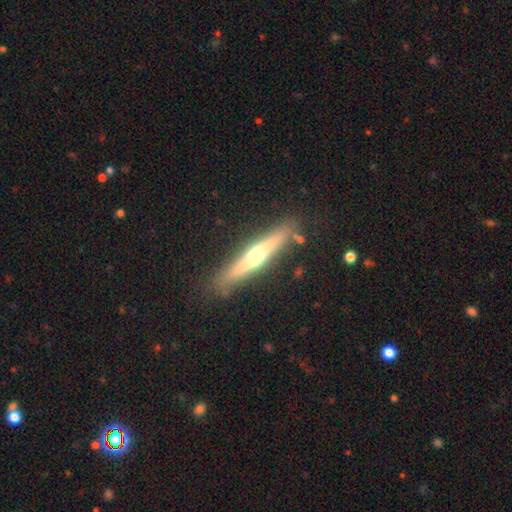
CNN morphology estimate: Q: Smooth or featured?
A: featured or disk (60%); runner-up: smooth (34%)
Q: Edge-on disk?
A: yes (95%); runner-up: no (5%)
Q: Edge-on bulge?
A: rounded (87%); runner-up: none (9%)
Q: Merging?
A: none (84%); runner-up: minor disturbance (11%)